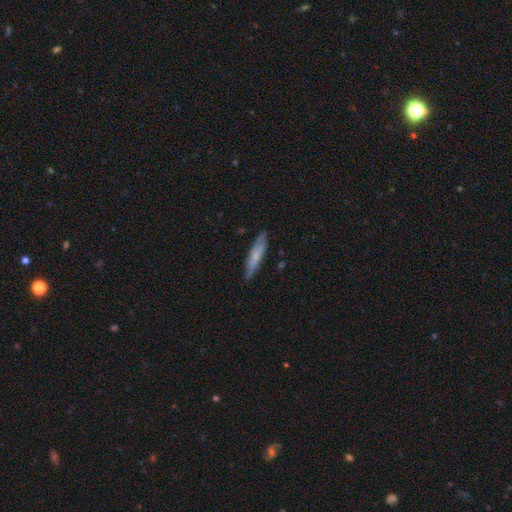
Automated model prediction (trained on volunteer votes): smooth 53%, featured or disk 41%, star or artifact 6%. Down the decision tree: how rounded — cigar-shaped (83%); merging — none (81%).